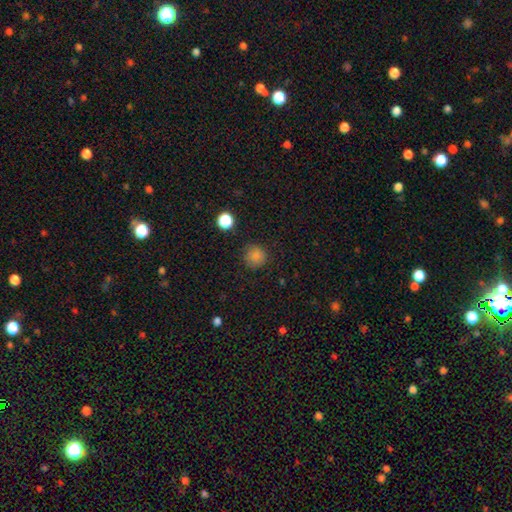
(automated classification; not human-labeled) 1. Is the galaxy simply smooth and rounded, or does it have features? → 83% smooth, 12% star or artifact, 5% featured or disk.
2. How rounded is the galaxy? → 93% round, 6% in between, 1% cigar-shaped.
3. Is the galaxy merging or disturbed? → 85% none, 11% minor disturbance, 3% major disturbance, 1% merger.